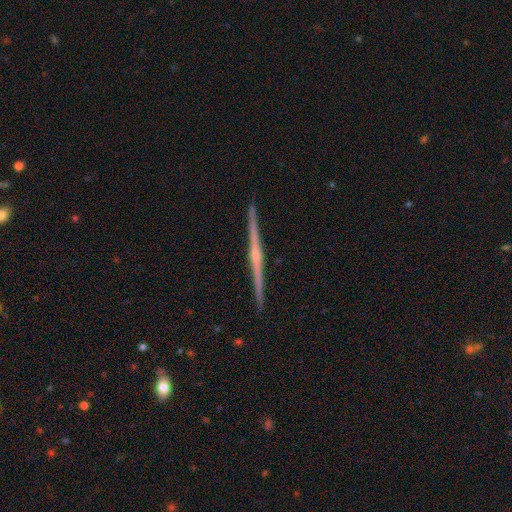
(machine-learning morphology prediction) Smooth or featured?
  - featured or disk: 85% *
  - smooth: 11%
  - star or artifact: 5%
Edge-on disk?
  - yes: 99% *
  - no: 1%
Edge-on bulge?
  - rounded: 66% *
  - none: 23%
  - boxy: 11%
Merging?
  - none: 93% *
  - minor disturbance: 4%
  - major disturbance: 1%
  - merger: 1%